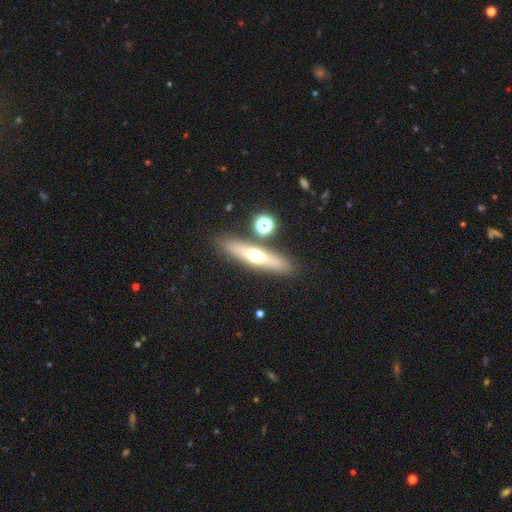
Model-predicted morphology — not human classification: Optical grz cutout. It shows a featured or disk galaxy (47%). Merging: none (84%).